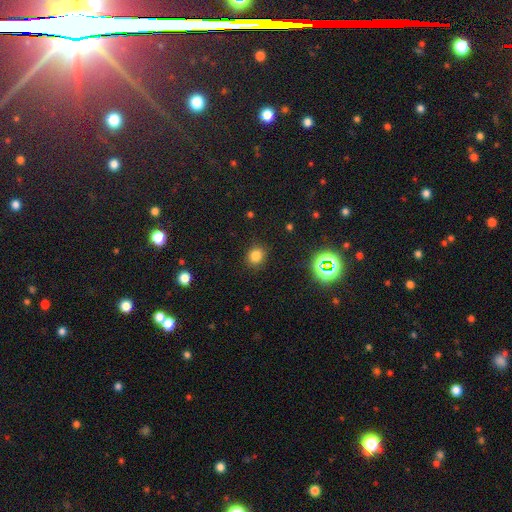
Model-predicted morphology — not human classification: Overall: smooth (79%). How rounded: round (77%). Merging: none (87%).